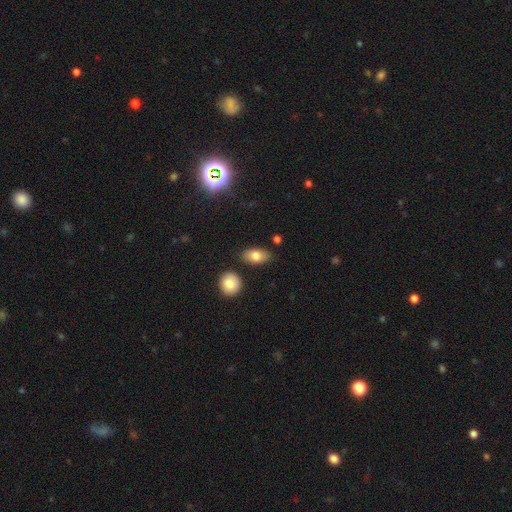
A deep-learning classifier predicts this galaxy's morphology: Smooth or featured? smooth (79%)
How rounded? in between (91%)
Merging? none (82%)